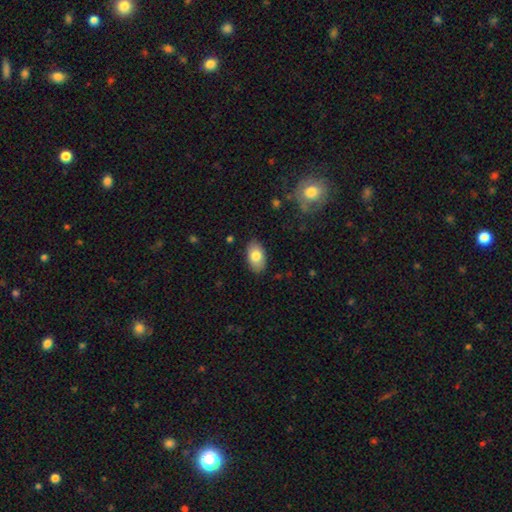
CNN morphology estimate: The model was most divided on "smooth or featured": smooth: 80%, featured or disk: 13%, star or artifact: 7%. More confident: how rounded — in between (93%); merging — none (85%).